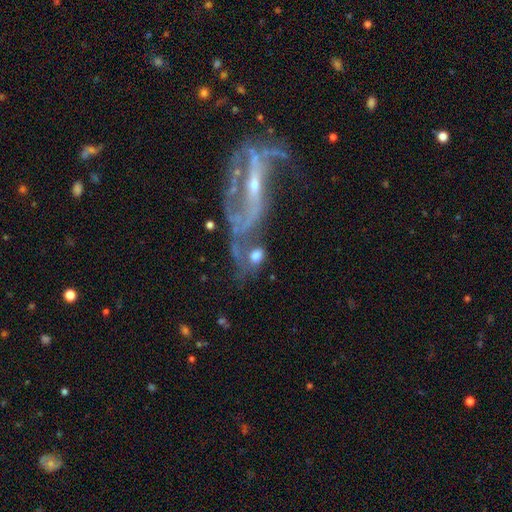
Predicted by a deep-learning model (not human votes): Overall: smooth (52%; featured or disk 35%). How rounded: in between (51%; round 46%). Merging: merger (33%; major disturbance 27%).